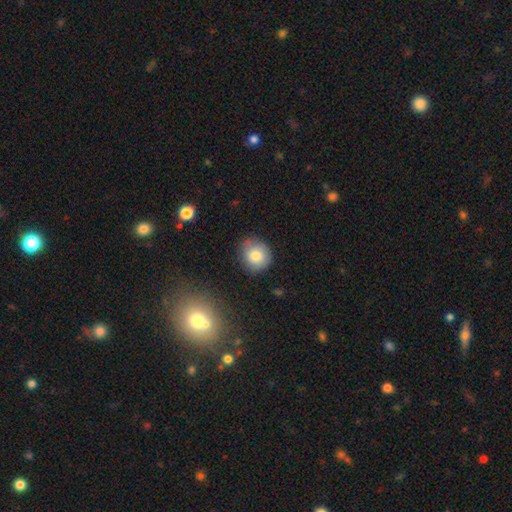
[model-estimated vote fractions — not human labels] A smooth galaxy with no disk features (81%) that is round (85%).

Vote fractions:
- Smooth or featured? smooth: 81% / featured or disk: 10% / star or artifact: 9%
- How rounded? round: 85% / in between: 14% / cigar-shaped: 1%
- Merging? none: 78% / minor disturbance: 17% / major disturbance: 3% / merger: 2%